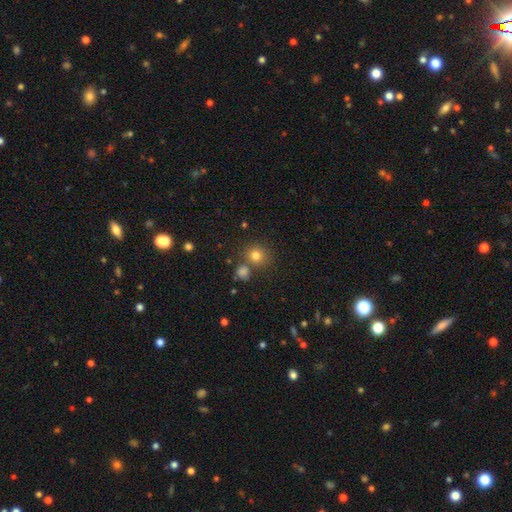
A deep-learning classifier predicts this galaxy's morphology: Q: Smooth or featured?
A: smooth (79%); runner-up: star or artifact (14%)
Q: How rounded?
A: round (89%); runner-up: in between (10%)
Q: Merging?
A: none (71%); runner-up: merger (17%)